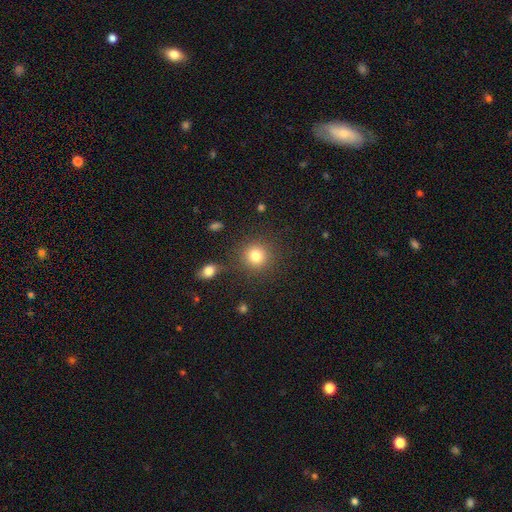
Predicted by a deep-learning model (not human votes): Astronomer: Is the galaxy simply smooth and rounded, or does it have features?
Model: smooth — 82%.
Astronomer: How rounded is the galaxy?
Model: round — 91%.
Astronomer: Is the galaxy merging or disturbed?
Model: none — 84%.